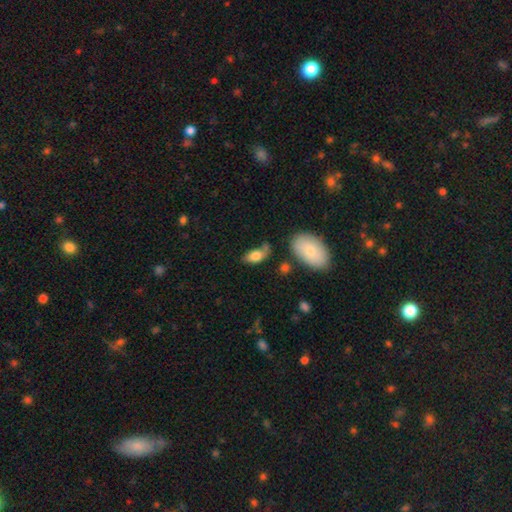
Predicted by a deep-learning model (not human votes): smooth_or_featured: smooth (p=0.78) [alt: featured or disk p=0.15]
how_rounded: in between (p=0.89) [alt: round p=0.07]
merging: none (p=0.43) [alt: minor disturbance p=0.28]